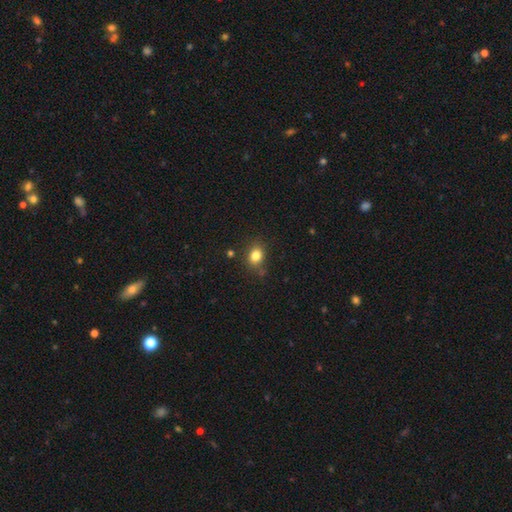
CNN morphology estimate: This appears to be a smooth galaxy with no disk features (82%) that is in between round and cigar-shaped (52%). Merging: none (79%).